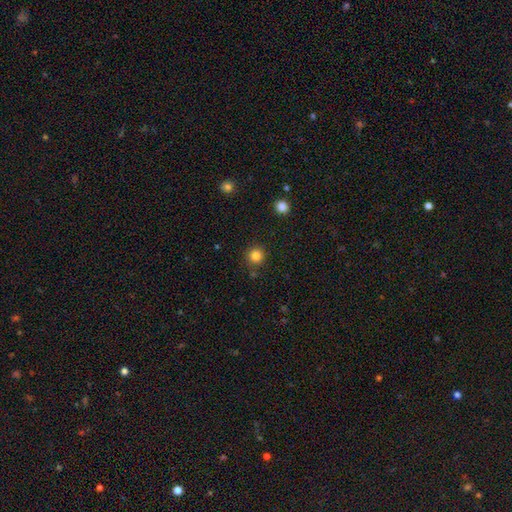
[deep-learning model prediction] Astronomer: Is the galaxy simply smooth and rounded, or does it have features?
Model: smooth — 83%.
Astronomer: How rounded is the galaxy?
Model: round — 94%.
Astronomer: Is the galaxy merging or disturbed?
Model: none — 87%.